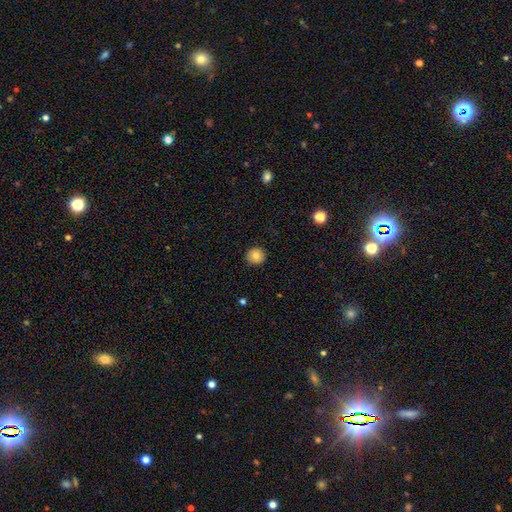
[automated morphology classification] smooth-or-featured: smooth: 78% | featured or disk: 13% | star or artifact: 9%
  how-rounded: round: 93% | in between: 6% | cigar-shaped: 1%
  merging: none: 90% | minor disturbance: 7% | major disturbance: 2% | merger: 1%